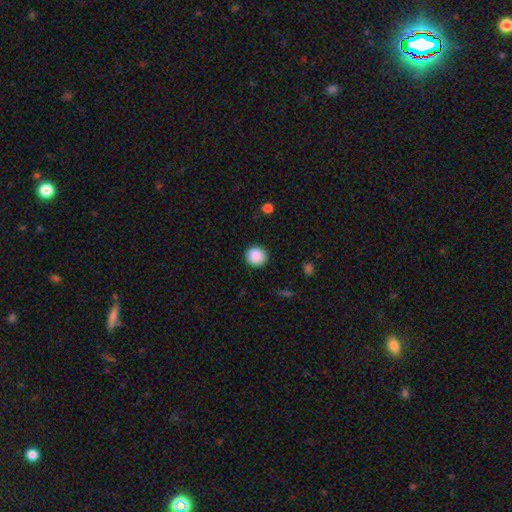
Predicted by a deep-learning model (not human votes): smooth-or-featured: smooth: 89% | star or artifact: 9% | featured or disk: 2%
  how-rounded: round: 91% | in between: 8% | cigar-shaped: 1%
  merging: none: 90% | minor disturbance: 6% | major disturbance: 2% | merger: 1%